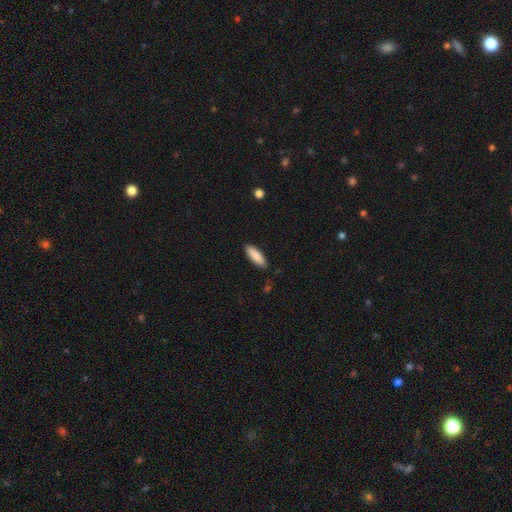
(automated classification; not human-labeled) A smooth galaxy with no disk features (88%) that is in between round and cigar-shaped (63%). Merging: none (87%).